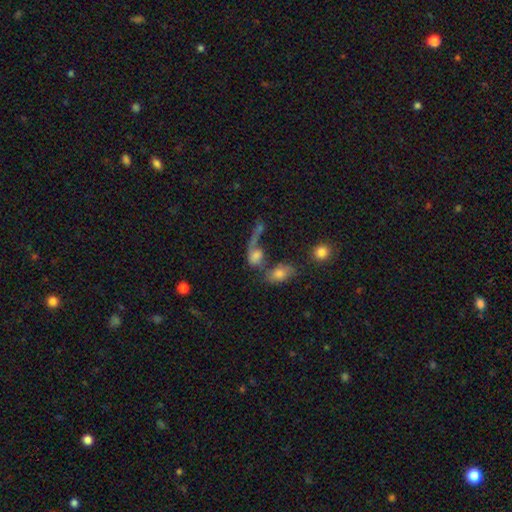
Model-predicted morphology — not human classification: Q: Smooth or featured?
A: smooth (57%); runner-up: featured or disk (28%)
Q: How rounded?
A: in between (68%); runner-up: round (24%)
Q: Merging?
A: merger (44%); runner-up: major disturbance (25%)